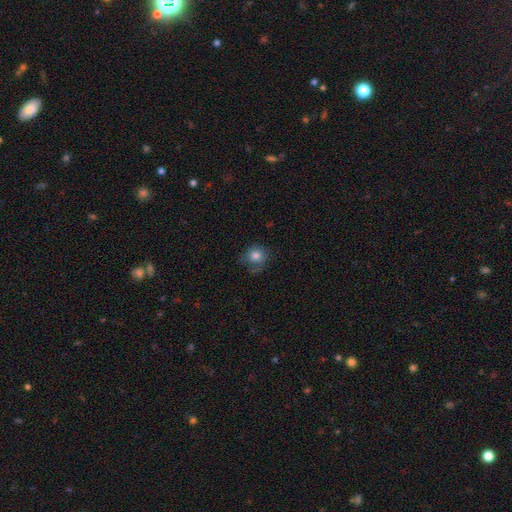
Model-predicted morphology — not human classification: Smooth or featured? smooth (78%)
How rounded? round (85%)
Merging? none (60%)